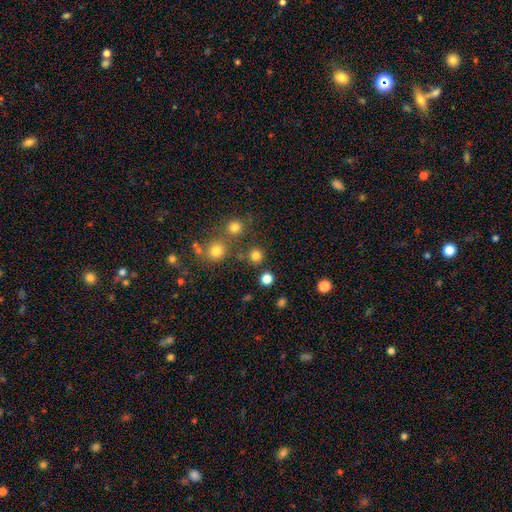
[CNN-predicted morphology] smooth_or_featured: smooth (p=0.78) [alt: star or artifact p=0.17]
how_rounded: round (p=0.93) [alt: in between p=0.06]
merging: none (p=0.80) [alt: merger p=0.10]